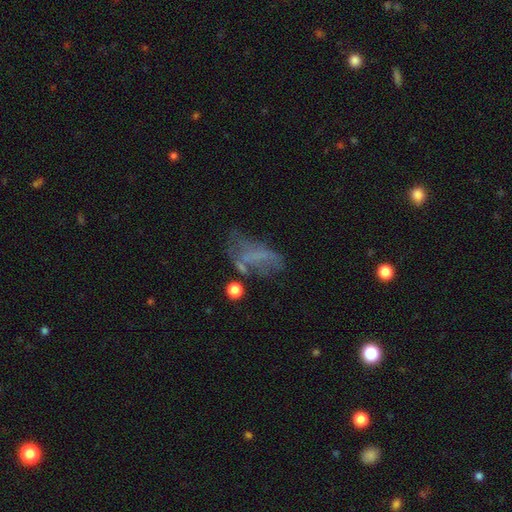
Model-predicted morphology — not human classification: Smooth or featured? featured or disk (43%)
Merging? none (35%)